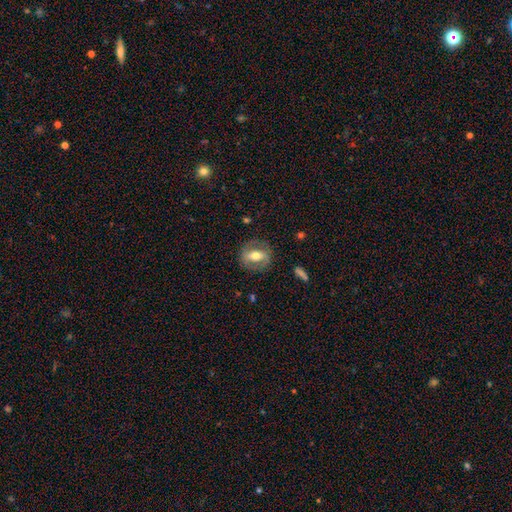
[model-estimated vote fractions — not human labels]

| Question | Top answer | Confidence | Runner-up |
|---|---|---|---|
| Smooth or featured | featured or disk | 62% | smooth (32%) |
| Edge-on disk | no | 91% | yes (9%) |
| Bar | strong | 47% | weak (30%) |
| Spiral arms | yes | 56% | no (44%) |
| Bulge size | moderate | 71% | small (17%) |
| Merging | none | 79% | minor disturbance (13%) |